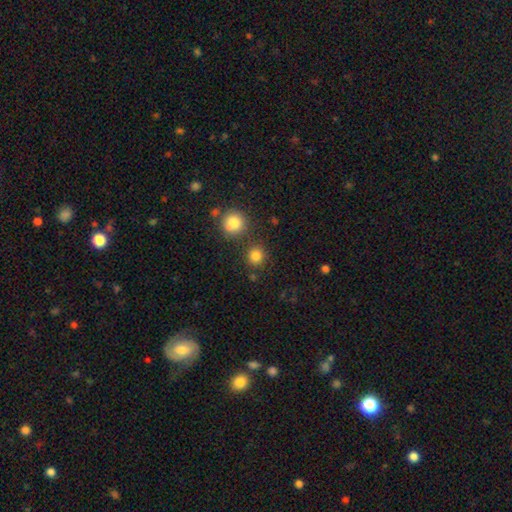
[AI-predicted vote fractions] This is clearly a smooth galaxy (82%). How rounded: clearly round (89%). Merging: clearly none (81%).